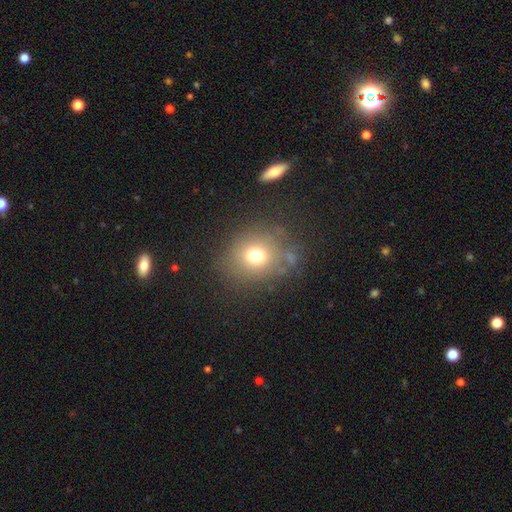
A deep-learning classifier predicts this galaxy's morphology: Smooth or featured? Predicted: smooth (p=0.71). How rounded? Predicted: round (p=0.75). Merging? Predicted: none (p=0.73).